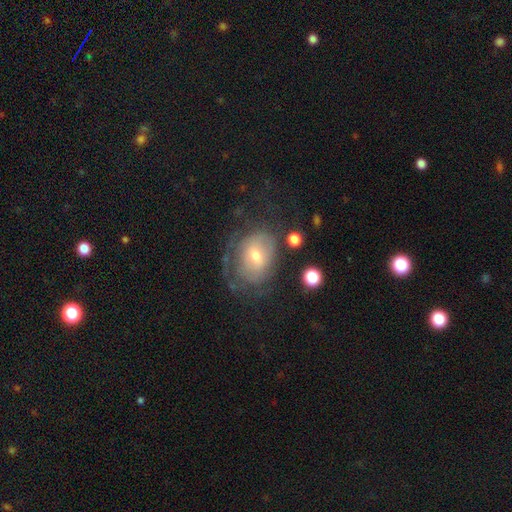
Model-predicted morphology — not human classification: Q: Smooth or featured?
A: featured or disk (53%); runner-up: smooth (37%)
Q: Edge-on disk?
A: no (95%); runner-up: yes (5%)
Q: Merging?
A: none (46%); runner-up: major disturbance (27%)